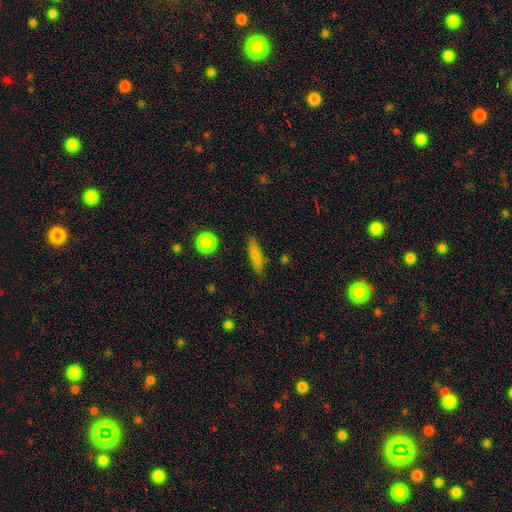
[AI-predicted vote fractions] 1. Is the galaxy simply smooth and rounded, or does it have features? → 79% smooth, 14% featured or disk, 8% star or artifact.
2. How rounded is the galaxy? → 74% cigar-shaped, 23% in between, 3% round.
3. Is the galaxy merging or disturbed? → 84% none, 11% minor disturbance, 3% major disturbance, 2% merger.